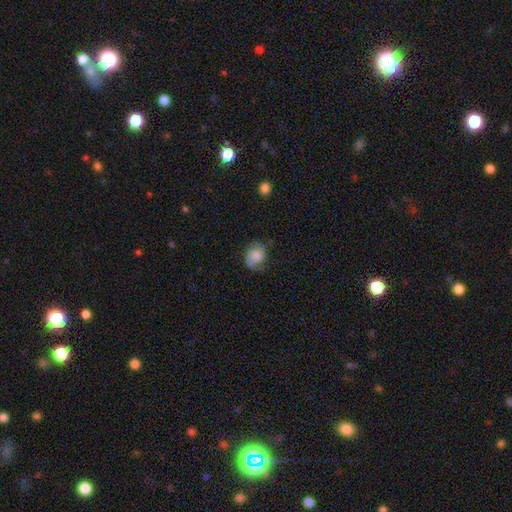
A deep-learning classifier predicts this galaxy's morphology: smooth-or-featured: smooth: 55% | featured or disk: 36% | star or artifact: 9%
  how-rounded: round: 58% | in between: 41% | cigar-shaped: 1%
  merging: none: 60% | minor disturbance: 27% | major disturbance: 11% | merger: 2%